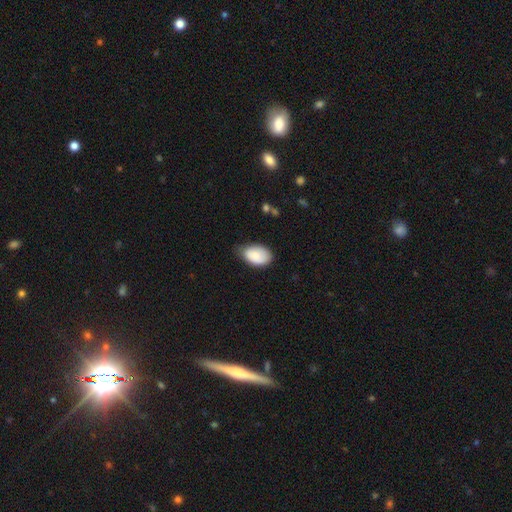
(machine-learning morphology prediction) A smooth galaxy with no disk features (84%) that is in between round and cigar-shaped (91%). Merging: none (56%).